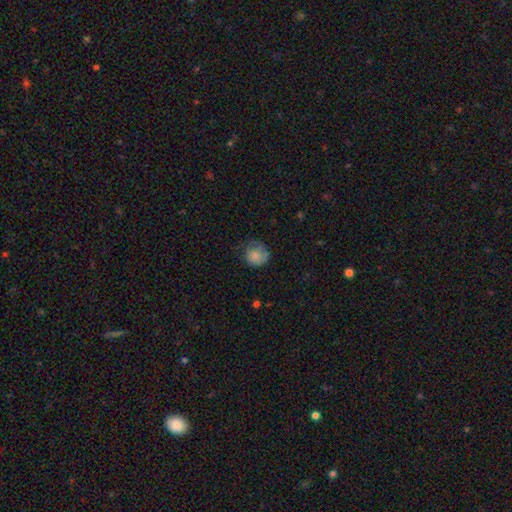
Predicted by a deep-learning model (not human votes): Smooth or featured? Predicted: smooth (p=0.78). How rounded? Predicted: round (p=0.86). Merging? Predicted: none (p=0.56).